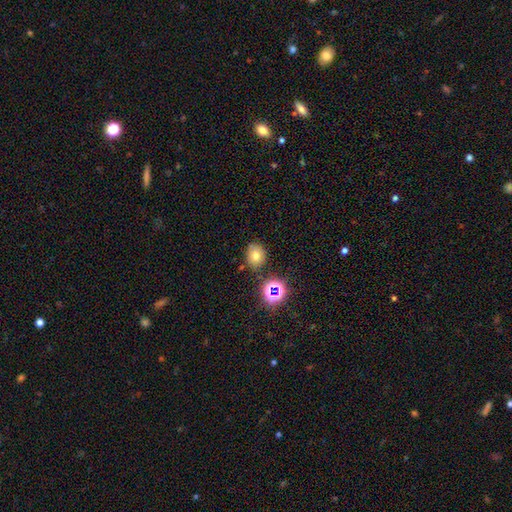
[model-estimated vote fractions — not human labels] This appears to be a smooth galaxy with no disk features (66%) that is round (62%). Merging: none (80%).